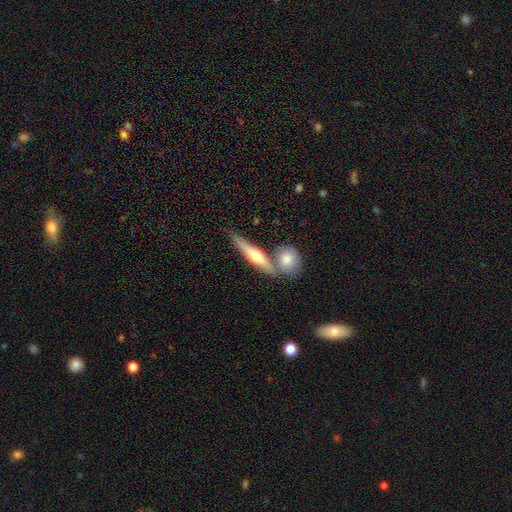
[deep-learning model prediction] Smooth or featured? featured or disk (49%)
Merging? none (62%)